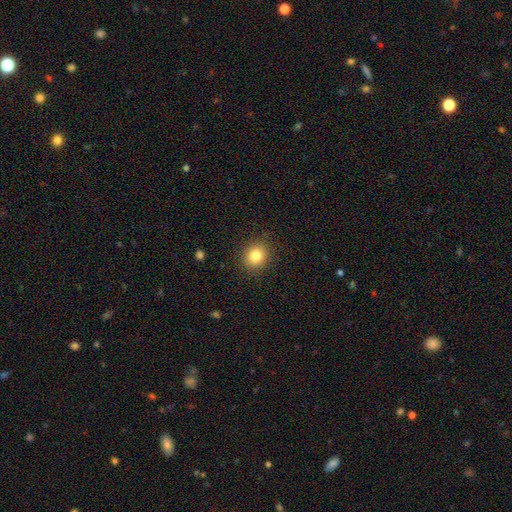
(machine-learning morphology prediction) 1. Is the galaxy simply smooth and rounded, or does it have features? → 83% smooth, 11% star or artifact, 6% featured or disk.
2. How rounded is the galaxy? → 76% round, 23% in between, 1% cigar-shaped.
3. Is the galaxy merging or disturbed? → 89% none, 7% minor disturbance, 3% major disturbance, 1% merger.